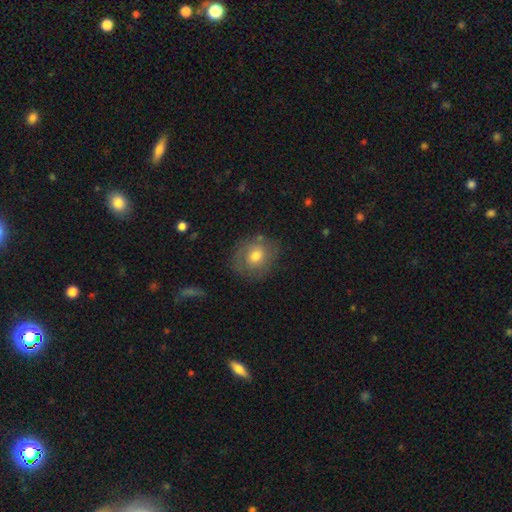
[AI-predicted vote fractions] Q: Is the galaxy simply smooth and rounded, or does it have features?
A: smooth — 63%.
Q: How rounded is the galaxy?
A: round — 68%.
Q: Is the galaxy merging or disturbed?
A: none — 72%.